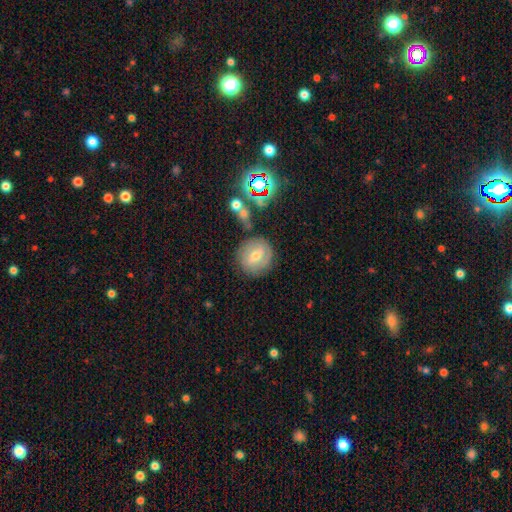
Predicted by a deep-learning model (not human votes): Morphology: type=smooth (51%); roundness=round (89%); merging=none (79%).